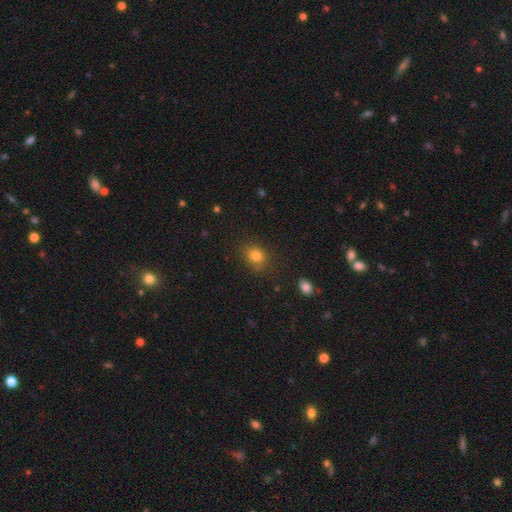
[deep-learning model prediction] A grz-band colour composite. It shows a smooth galaxy with no disk features (82%) that is round (64%). Merging: none (81%).